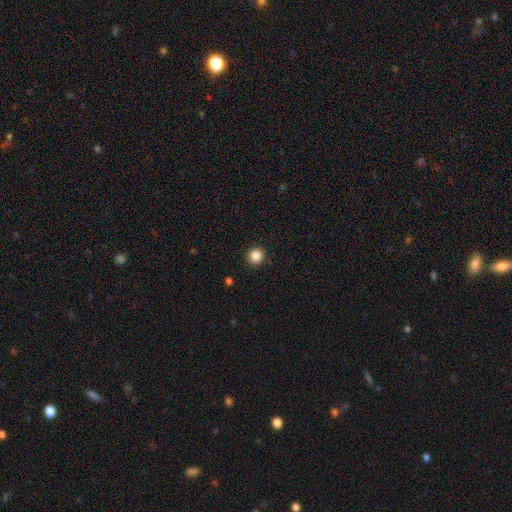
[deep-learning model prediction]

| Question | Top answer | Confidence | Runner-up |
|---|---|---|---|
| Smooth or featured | smooth | 86% | star or artifact (11%) |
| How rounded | round | 93% | in between (6%) |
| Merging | none | 92% | minor disturbance (6%) |